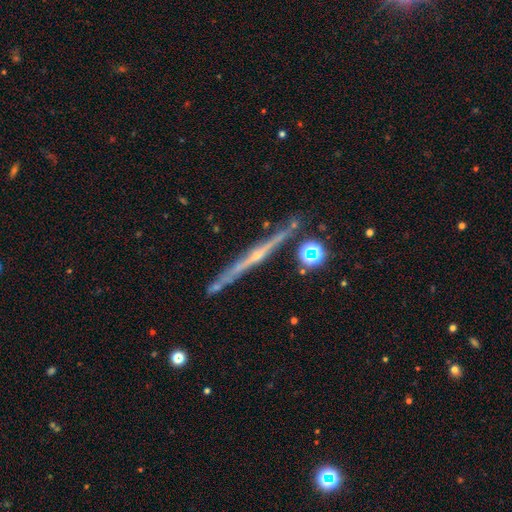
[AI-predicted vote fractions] A featured or disk galaxy (80%) viewed edge-on (97%) with a rounded central bulge (60%). Merging: none (83%).